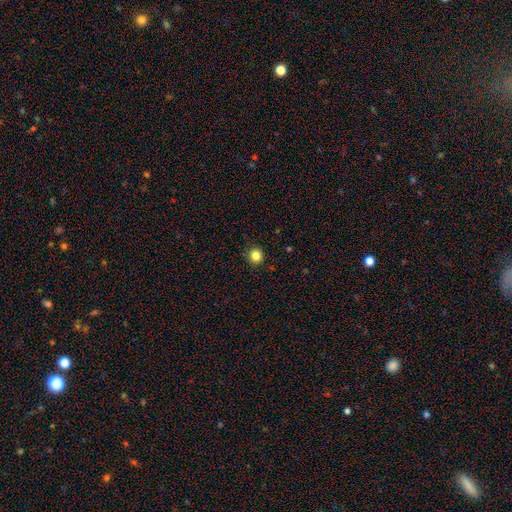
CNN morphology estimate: This appears to be a smooth galaxy with no disk features (84%) that is round (92%). Merging: none (91%).